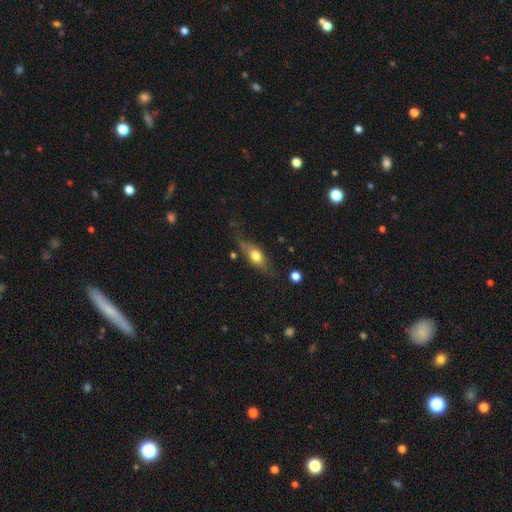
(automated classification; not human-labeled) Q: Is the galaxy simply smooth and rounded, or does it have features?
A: smooth — 66%.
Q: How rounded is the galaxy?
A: in between — 74%.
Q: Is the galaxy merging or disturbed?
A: none — 59%.